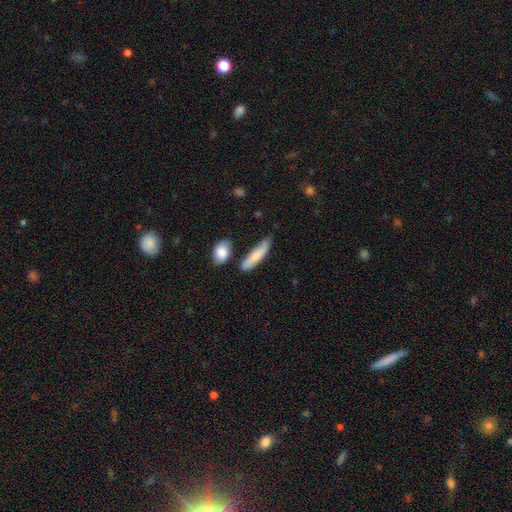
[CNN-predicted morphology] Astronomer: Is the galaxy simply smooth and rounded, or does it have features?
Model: smooth — 80%.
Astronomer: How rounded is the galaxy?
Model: cigar-shaped — 72%.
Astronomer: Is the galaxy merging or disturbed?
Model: none — 68%.